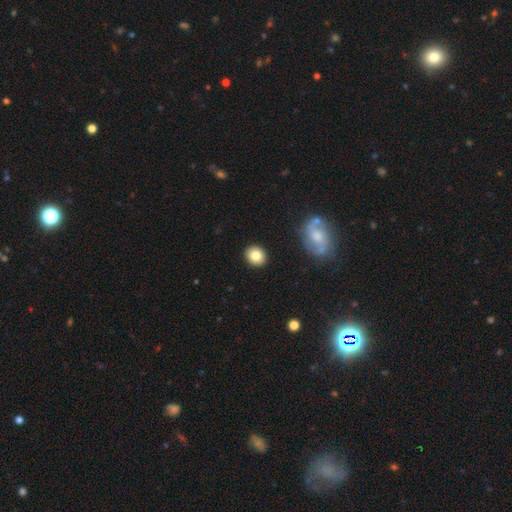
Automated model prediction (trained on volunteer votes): Smooth or featured: smooth — 83% (featured or disk — 9%)
How rounded: round — 74% (in between — 25%)
Merging: none — 91% (minor disturbance — 6%)